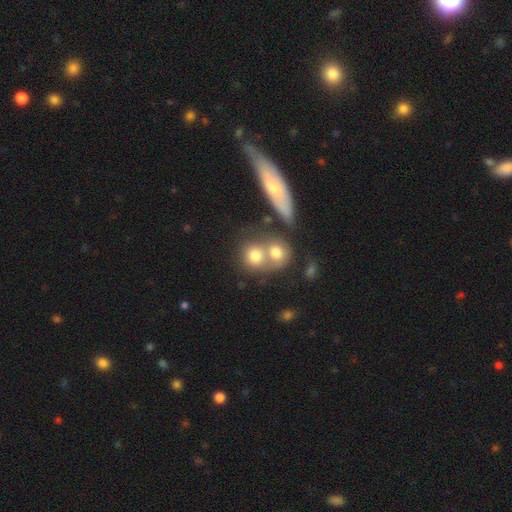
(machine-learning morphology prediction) smooth 70%, featured or disk 19%, star or artifact 11%. Down the decision tree: how rounded — round (73%); merging — merger (52%).